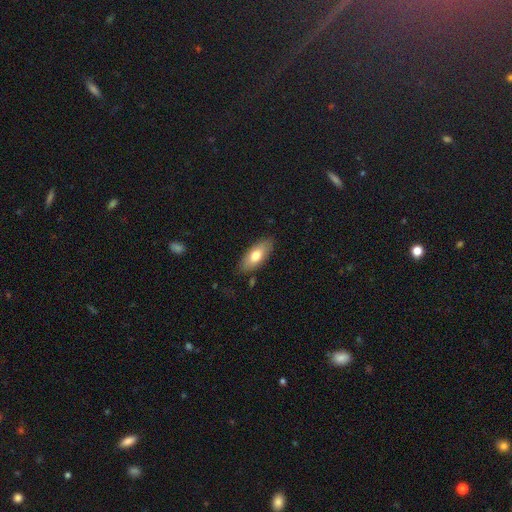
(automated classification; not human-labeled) Q: Smooth or featured?
A: smooth (72%); runner-up: featured or disk (21%)
Q: How rounded?
A: in between (83%); runner-up: cigar-shaped (14%)
Q: Merging?
A: none (83%); runner-up: minor disturbance (13%)